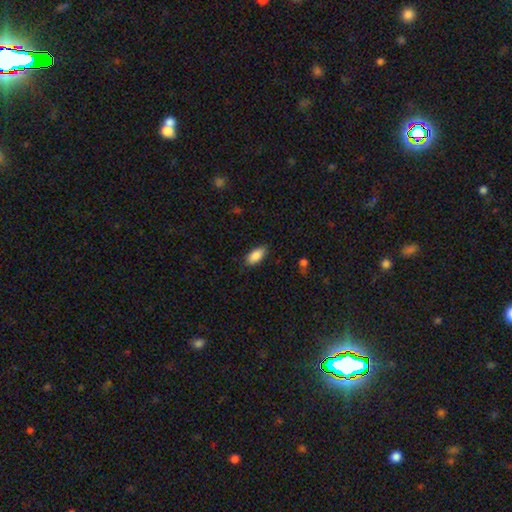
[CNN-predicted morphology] smooth 88%, star or artifact 7%, featured or disk 5%. Down the decision tree: how rounded — in between (90%); merging — none (85%).